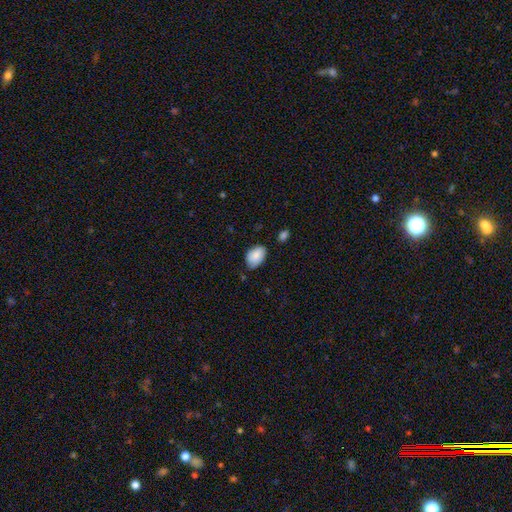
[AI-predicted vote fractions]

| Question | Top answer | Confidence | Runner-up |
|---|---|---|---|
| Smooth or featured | smooth | 86% | featured or disk (7%) |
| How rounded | in between | 89% | round (10%) |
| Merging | none | 68% | minor disturbance (25%) |